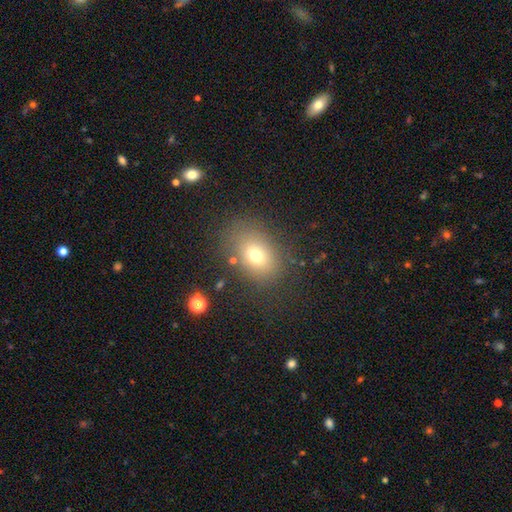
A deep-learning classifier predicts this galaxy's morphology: Smooth or featured: smooth — 71% (featured or disk — 14%)
How rounded: in between — 72% (round — 27%)
Merging: none — 78% (minor disturbance — 13%)